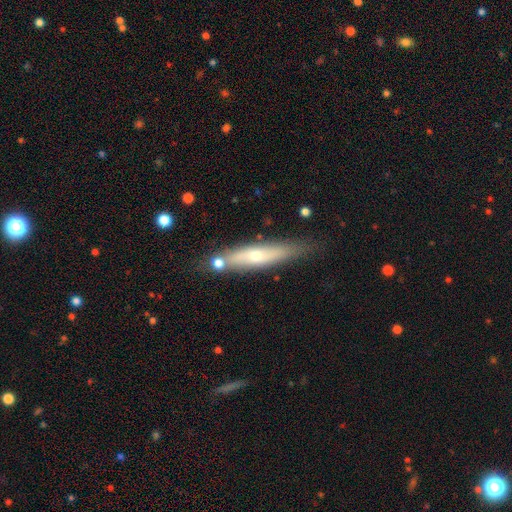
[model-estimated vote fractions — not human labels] featured or disk 48%, smooth 45%, star or artifact 7%. Down the decision tree: merging — none (72%).